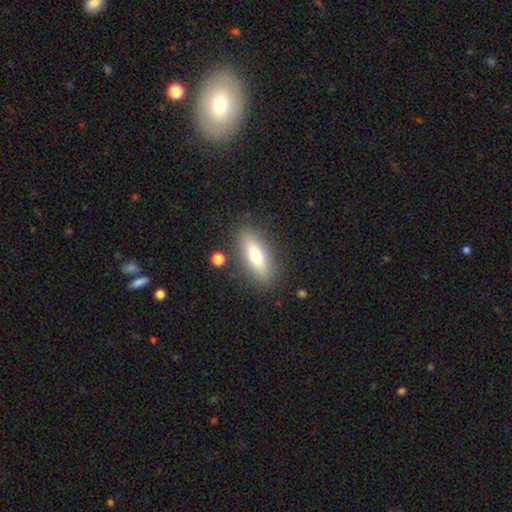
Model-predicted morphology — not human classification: A smooth galaxy with no disk features (67%) that is in between round and cigar-shaped (61%).

Vote fractions:
- Smooth or featured? smooth: 67% / featured or disk: 26% / star or artifact: 7%
- How rounded? in between: 61% / cigar-shaped: 36% / round: 3%
- Merging? none: 85% / minor disturbance: 10% / major disturbance: 3% / merger: 3%